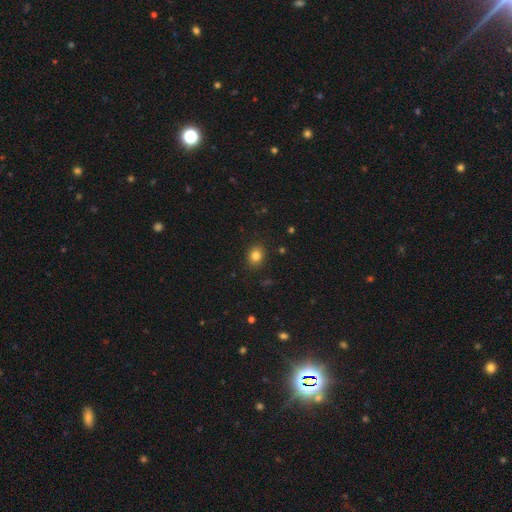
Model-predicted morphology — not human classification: Overall: smooth (82%). How rounded: round (62%; in between 37%). Merging: none (89%).